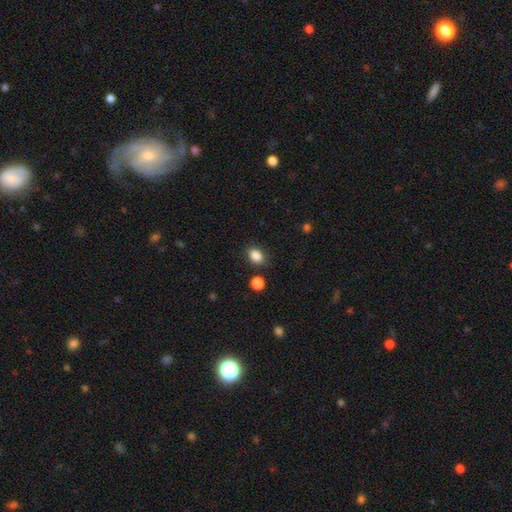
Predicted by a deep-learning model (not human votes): smooth_or_featured: smooth (p=0.86) [alt: star or artifact p=0.10]
how_rounded: in between (p=0.70) [alt: round p=0.28]
merging: none (p=0.82) [alt: minor disturbance p=0.12]